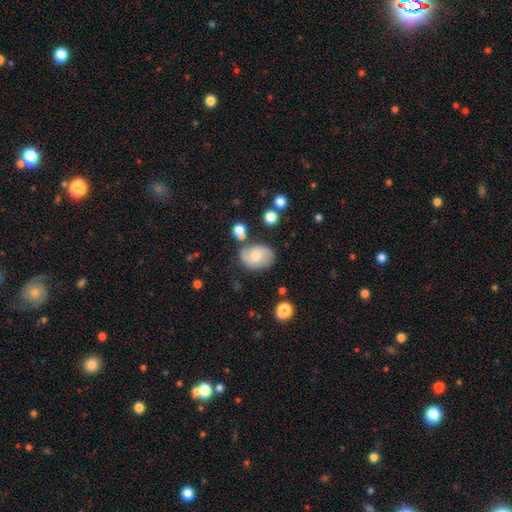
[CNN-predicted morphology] The model was most divided on "smooth or featured": smooth: 49%, featured or disk: 43%, star or artifact: 9%. More confident: merging — none (60%).